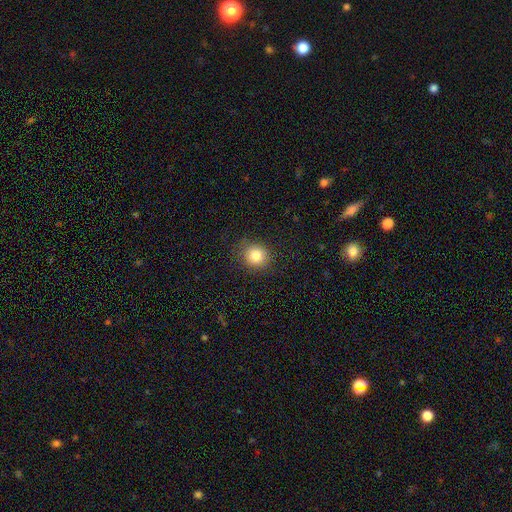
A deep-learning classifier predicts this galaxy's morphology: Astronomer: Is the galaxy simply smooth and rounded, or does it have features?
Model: smooth — 83%.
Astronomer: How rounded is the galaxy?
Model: round — 86%.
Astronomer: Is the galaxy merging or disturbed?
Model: none — 86%.